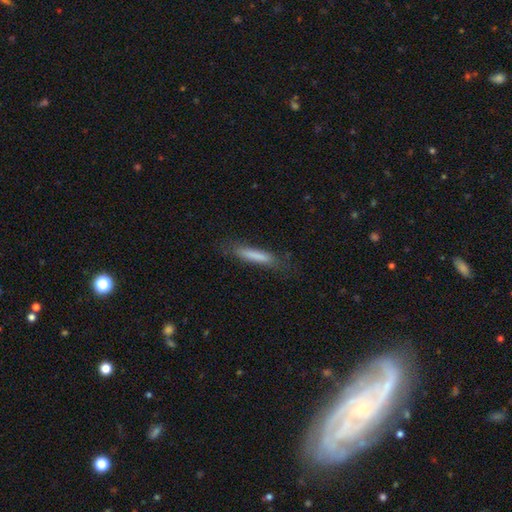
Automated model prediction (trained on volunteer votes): This appears to be a smooth galaxy with no disk features (73%) that is cigar-shaped (90%). Merging: none (77%).